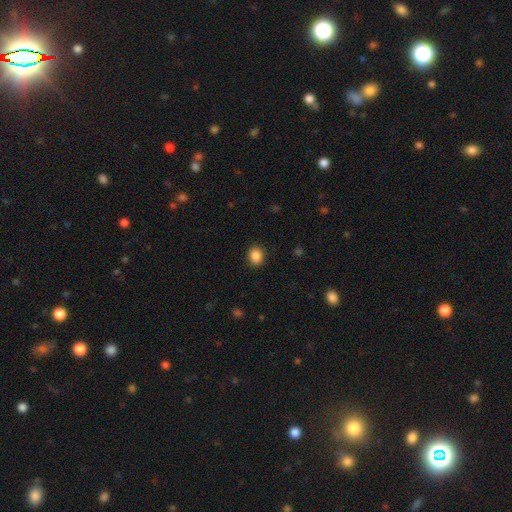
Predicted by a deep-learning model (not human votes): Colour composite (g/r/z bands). It shows a smooth galaxy with no disk features (88%) that is round (60%). Merging: none (90%).